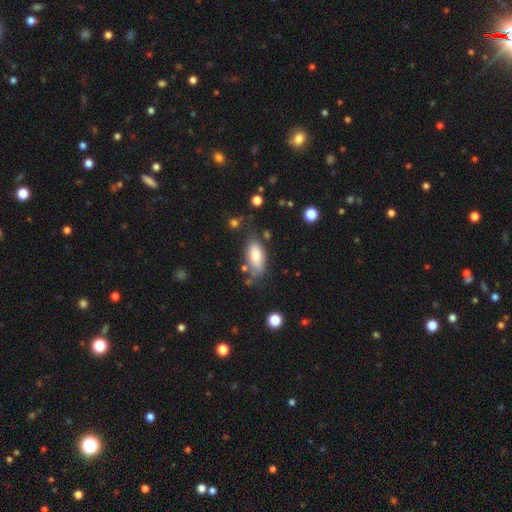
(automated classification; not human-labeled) This is likely a smooth galaxy (79%). How rounded: clearly in between (90%). Merging: likely none (64%).